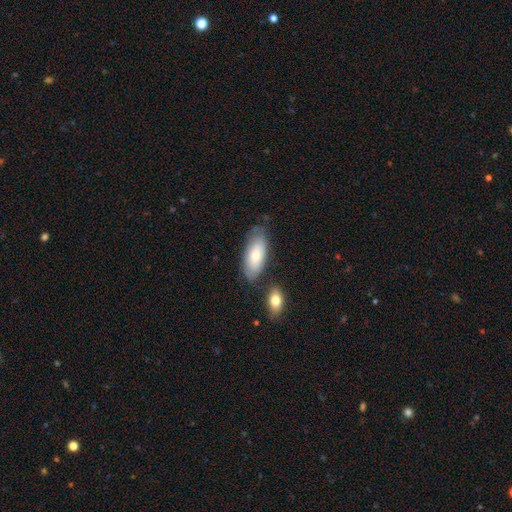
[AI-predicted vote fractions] smooth 73%, featured or disk 21%, star or artifact 6%. Down the decision tree: how rounded — in between (87%); merging — none (69%).